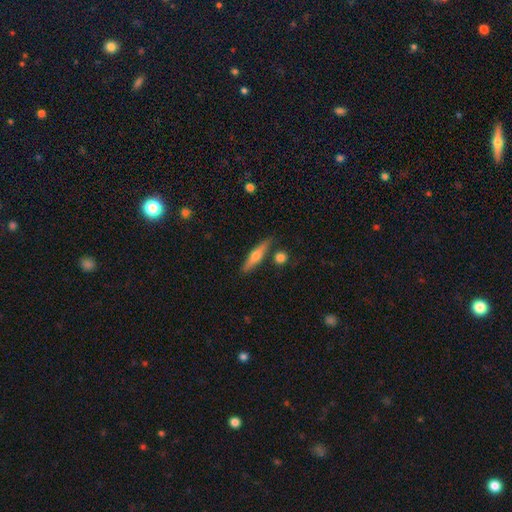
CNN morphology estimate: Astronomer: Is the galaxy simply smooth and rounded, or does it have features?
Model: featured or disk — 48% (runner-up: smooth, 46%).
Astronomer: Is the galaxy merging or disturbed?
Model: none — 81%.